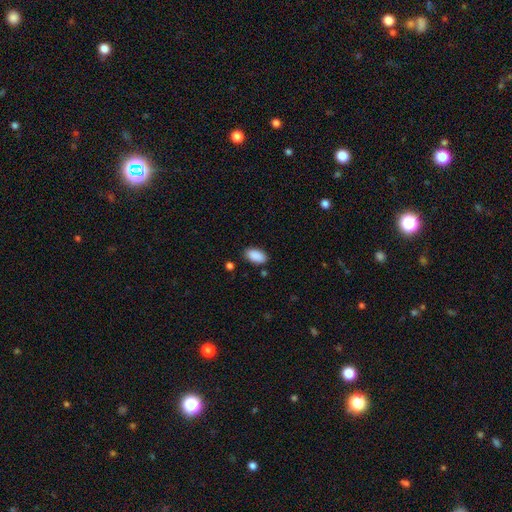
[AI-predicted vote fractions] This appears to be a smooth galaxy with no disk features (90%) that is in between round and cigar-shaped (95%). Merging: none (85%).